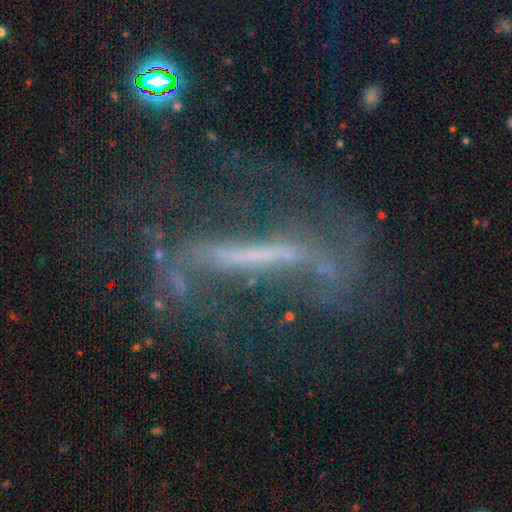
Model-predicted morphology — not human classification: This is likely a featured or disk galaxy (71%). It is likely not viewed edge-on (69%). Merging: possibly none (50%).